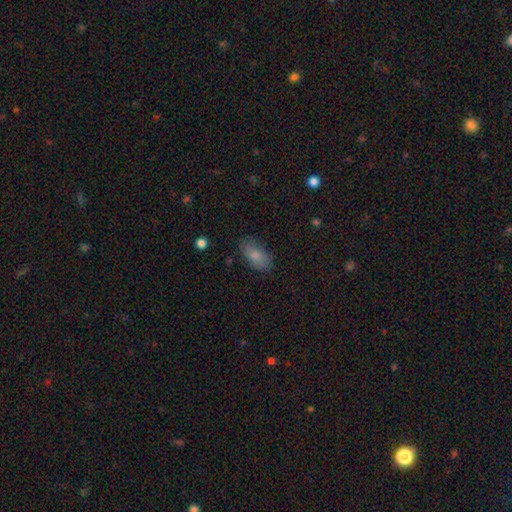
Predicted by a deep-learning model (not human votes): The model was most divided on "merging": none: 79%, minor disturbance: 16%, major disturbance: 4%, merger: 1%. More confident: how rounded — in between (88%); smooth or featured — smooth (79%).